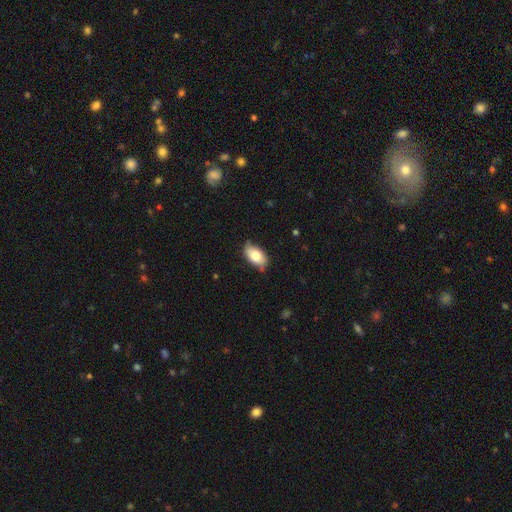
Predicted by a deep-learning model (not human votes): smooth-or-featured: smooth: 79% | featured or disk: 15% | star or artifact: 7%
  how-rounded: in between: 93% | round: 5% | cigar-shaped: 2%
  merging: none: 77% | minor disturbance: 19% | major disturbance: 3% | merger: 2%